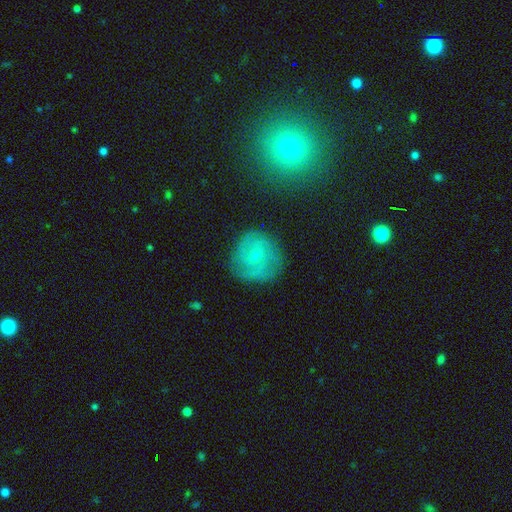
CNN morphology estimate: smooth_or_featured: featured or disk (p=0.55) [alt: smooth p=0.36]
disk_edge_on: no (p=0.97) [alt: yes p=0.03]
bar: no (p=0.56) [alt: weak p=0.38]
has_spiral_arms: yes (p=0.79) [alt: no p=0.21]
bulge_size: small (p=0.70) [alt: moderate p=0.26]
merging: none (p=0.74) [alt: minor disturbance p=0.17]